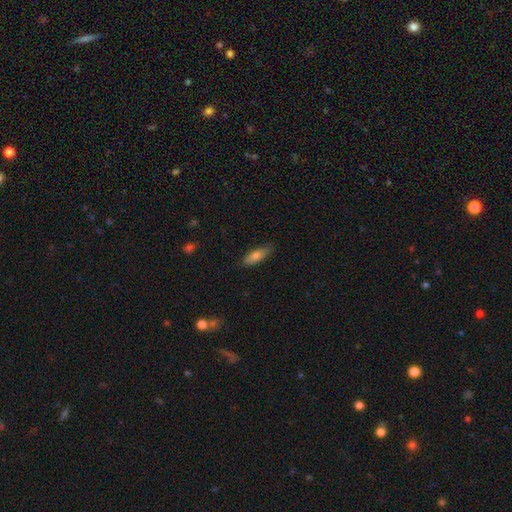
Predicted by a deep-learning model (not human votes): Overall: smooth (76%). How rounded: in between (63%; cigar-shaped 35%). Merging: none (82%).